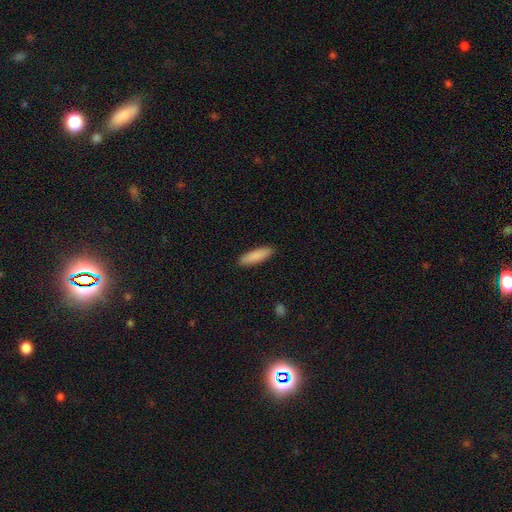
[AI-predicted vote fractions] This is clearly a smooth galaxy (88%). How rounded: likely cigar-shaped (65%). Merging: clearly none (90%).